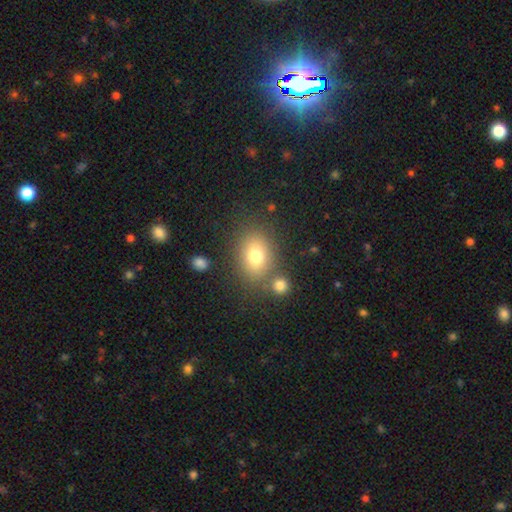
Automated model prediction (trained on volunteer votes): Morphology: type=smooth (76%); roundness=in between (64%); merging=none (70%).